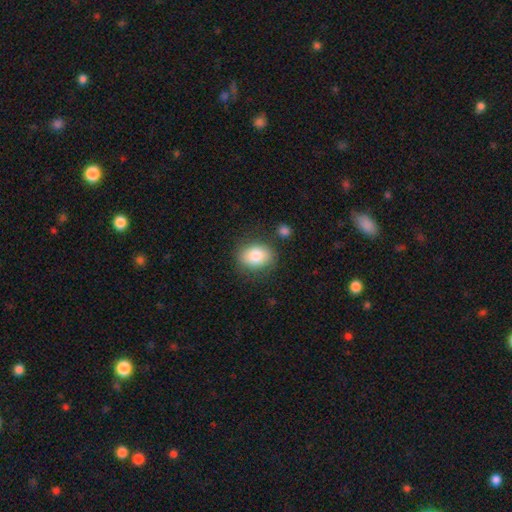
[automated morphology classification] smooth_or_featured: smooth (p=0.82) [alt: featured or disk p=0.10]
how_rounded: in between (p=0.60) [alt: round p=0.39]
merging: none (p=0.79) [alt: minor disturbance p=0.13]